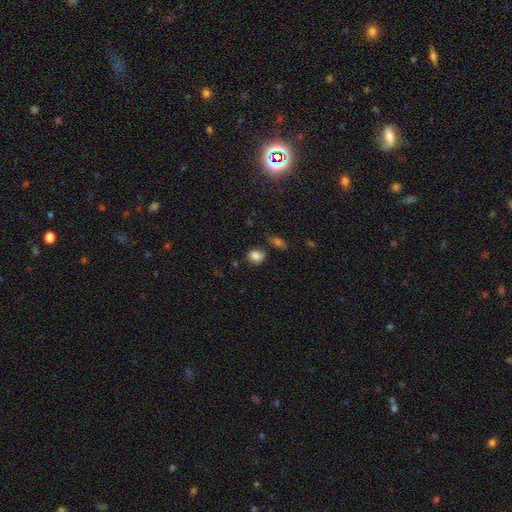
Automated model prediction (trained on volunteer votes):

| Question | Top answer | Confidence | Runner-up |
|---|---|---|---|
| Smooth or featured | smooth | 84% | star or artifact (10%) |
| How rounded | round | 68% | in between (31%) |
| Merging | none | 73% | minor disturbance (16%) |